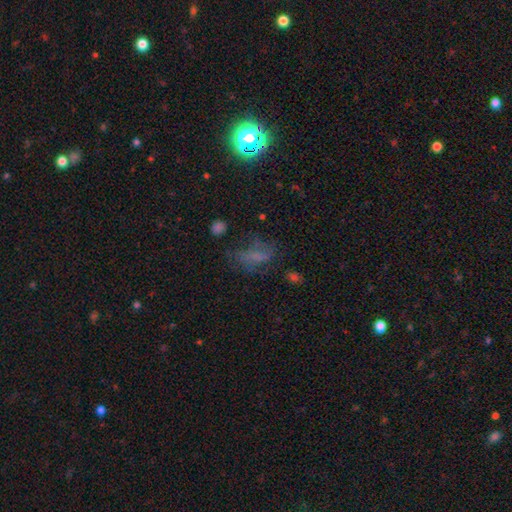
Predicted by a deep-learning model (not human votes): smooth-or-featured: smooth: 44% | star or artifact: 31% | featured or disk: 26%
  merging: none: 48% | major disturbance: 26% | minor disturbance: 22% | merger: 3%